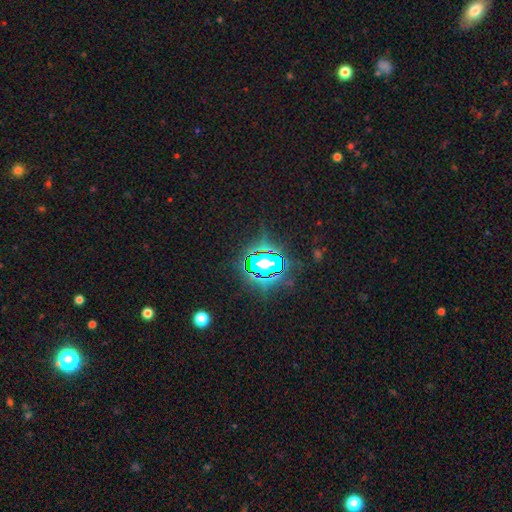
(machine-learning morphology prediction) smooth-or-featured: star or artifact: 82% | smooth: 10% | featured or disk: 8%